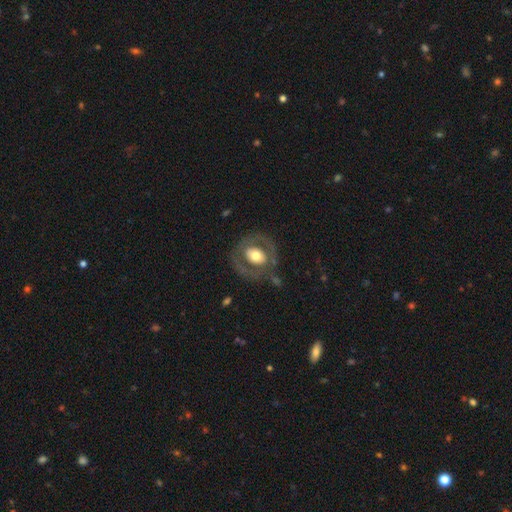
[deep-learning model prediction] This appears to be a featured or disk galaxy (54%) with no bar (74%), no spiral arms (78%) and a moderate central bulge (53%). Merging: none (69%).